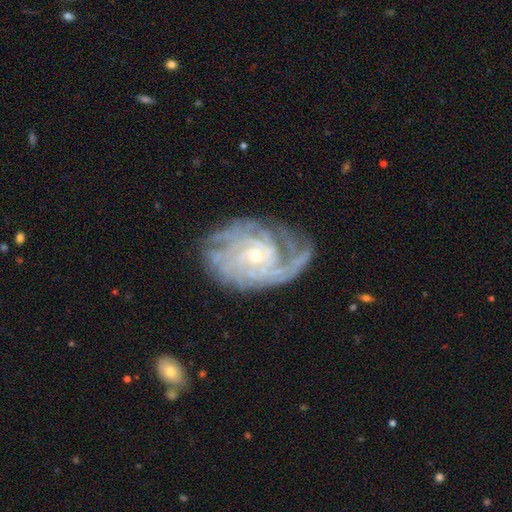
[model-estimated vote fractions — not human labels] A featured or disk galaxy (88%) with no bar (71%), tight (68%) spiral arms (97%) and a small central bulge (73%). Merging: none (65%).